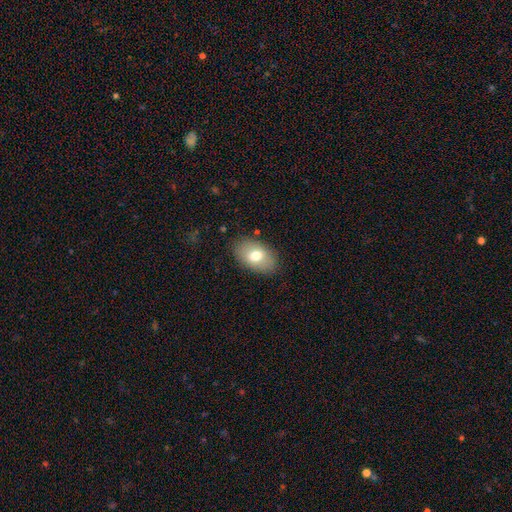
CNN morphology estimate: The model was most divided on "smooth or featured": smooth: 73%, featured or disk: 19%, star or artifact: 8%. More confident: how rounded — in between (89%); merging — none (84%).